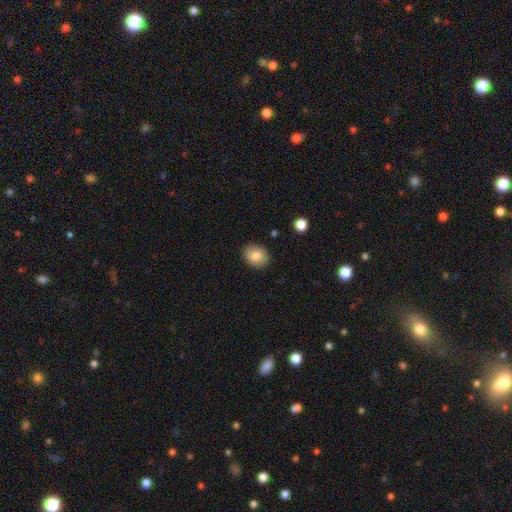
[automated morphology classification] smooth-or-featured: smooth: 82% | featured or disk: 10% | star or artifact: 8%
  how-rounded: in between: 57% | round: 42% | cigar-shaped: 1%
  merging: none: 88% | minor disturbance: 8% | major disturbance: 2% | merger: 1%